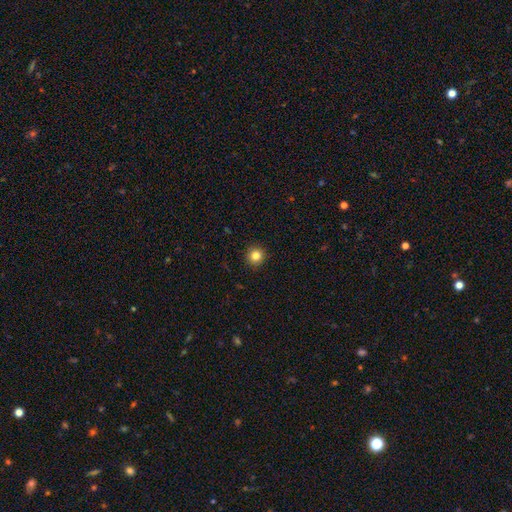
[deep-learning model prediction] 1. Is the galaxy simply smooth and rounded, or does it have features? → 83% smooth, 11% star or artifact, 5% featured or disk.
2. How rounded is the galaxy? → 95% round, 4% in between, 1% cigar-shaped.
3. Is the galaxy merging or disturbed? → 92% none, 5% minor disturbance, 2% major disturbance, 1% merger.